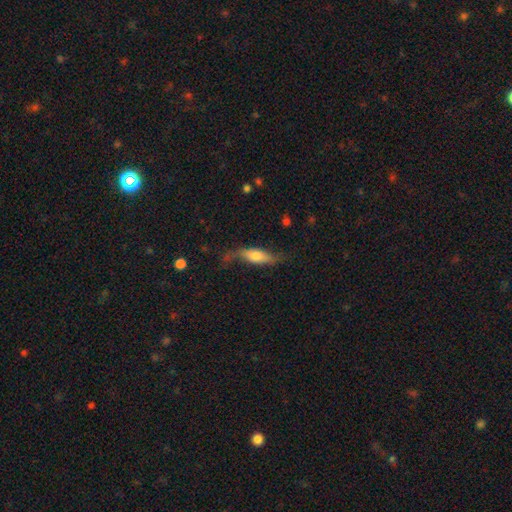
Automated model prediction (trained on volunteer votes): Q: Smooth or featured?
A: smooth (50%); runner-up: featured or disk (43%)
Q: How rounded?
A: in between (57%); runner-up: cigar-shaped (40%)
Q: Merging?
A: none (51%); runner-up: minor disturbance (28%)